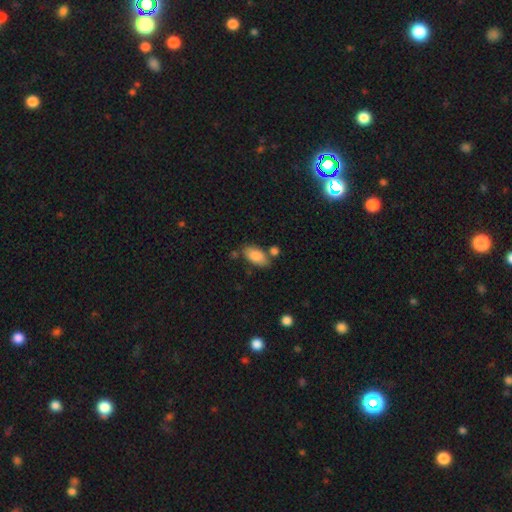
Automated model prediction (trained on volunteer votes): Overall: smooth (84%). How rounded: in between (92%). Merging: none (69%).